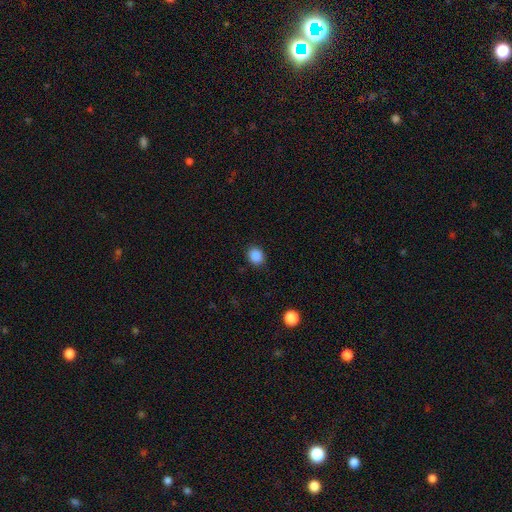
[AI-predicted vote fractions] This is clearly a smooth galaxy (88%). How rounded: likely round (66%). Merging: clearly none (89%).